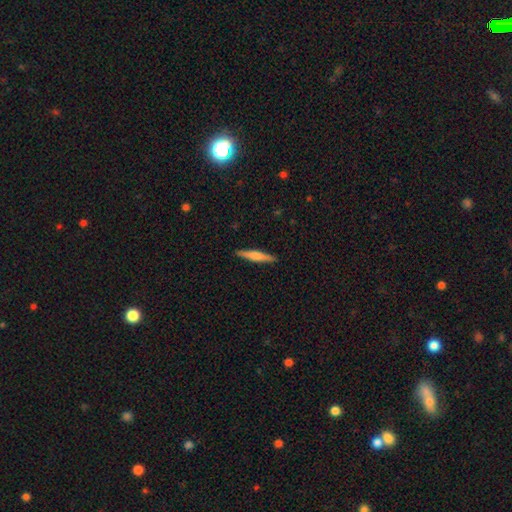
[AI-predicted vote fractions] Smooth or featured? Predicted: smooth (p=0.61). How rounded? Predicted: cigar-shaped (p=0.92). Merging? Predicted: none (p=0.91).